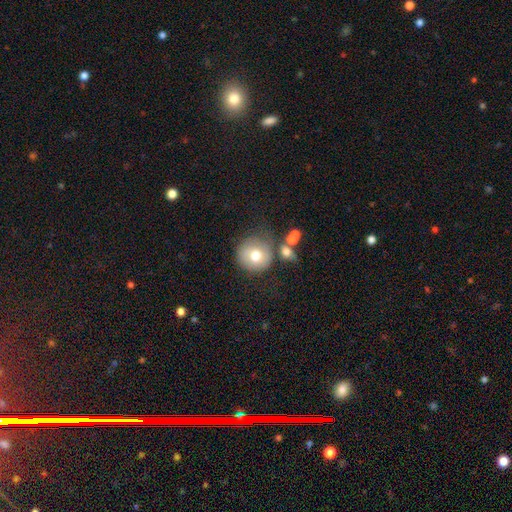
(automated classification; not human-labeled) Morphology: type=smooth (72%); roundness=round (92%); merging=none (61%).